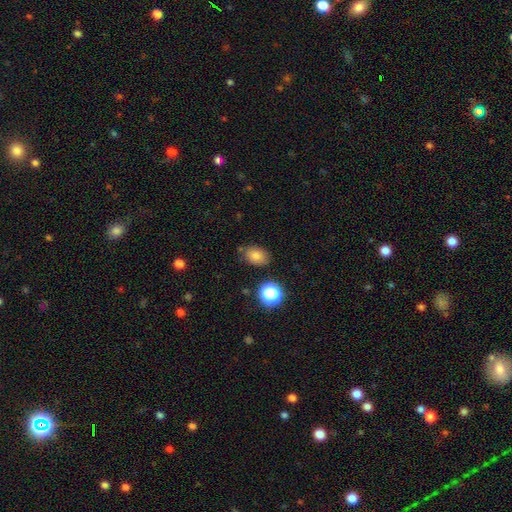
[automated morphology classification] type=smooth (78%); roundness=in between (72%); merging=none (77%).